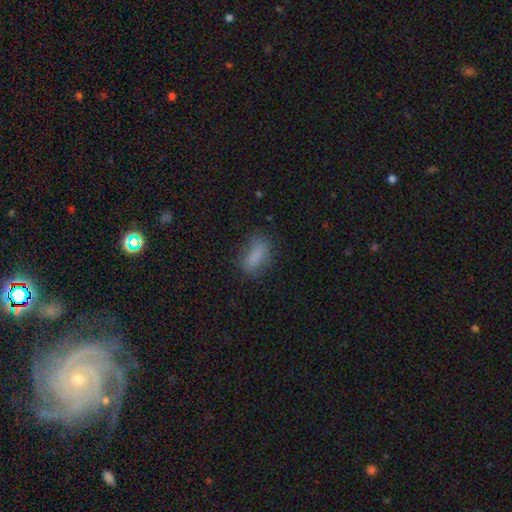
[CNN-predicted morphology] A smooth galaxy with no disk features (80%) that is in between round and cigar-shaped (76%).

Vote fractions:
- Smooth or featured? smooth: 80% / star or artifact: 10% / featured or disk: 10%
- How rounded? in between: 76% / cigar-shaped: 19% / round: 5%
- Merging? none: 65% / minor disturbance: 23% / major disturbance: 10% / merger: 2%